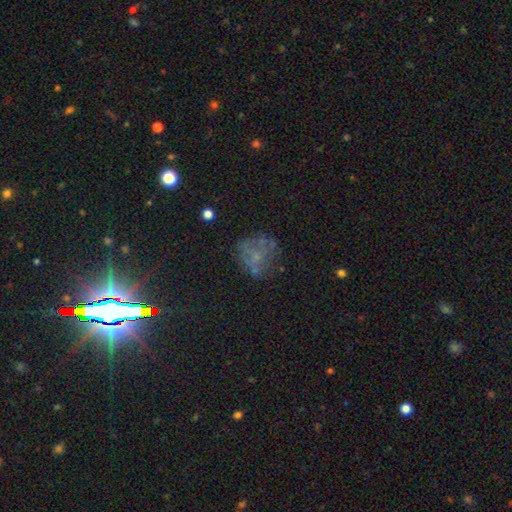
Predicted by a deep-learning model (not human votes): Morphology: type=smooth (41%); merging=none (59%).